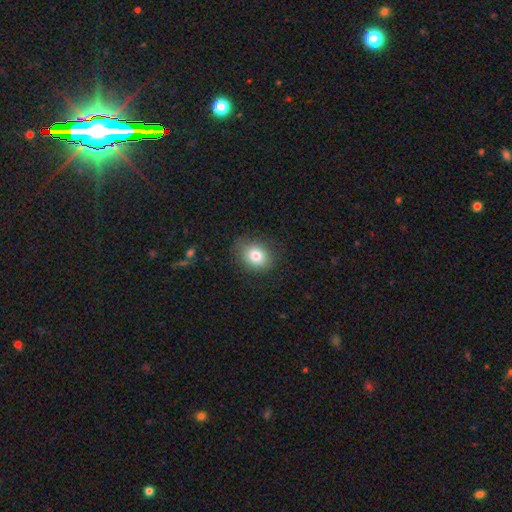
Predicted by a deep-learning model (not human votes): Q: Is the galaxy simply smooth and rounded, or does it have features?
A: smooth — 81%.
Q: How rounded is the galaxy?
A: round — 53%.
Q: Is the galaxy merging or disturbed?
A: none — 83%.